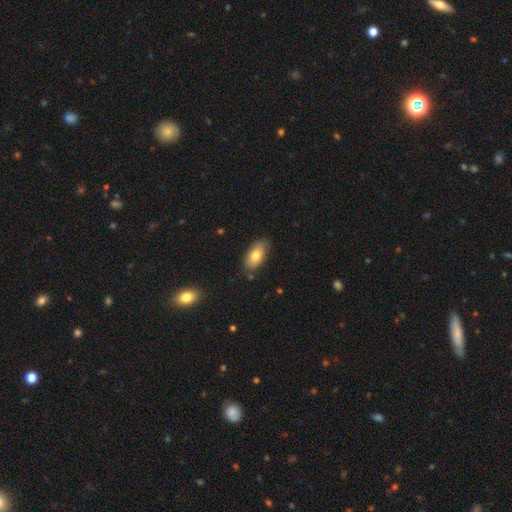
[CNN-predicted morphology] This appears to be a smooth galaxy with no disk features (77%) that is in between round and cigar-shaped (92%). Merging: none (79%).